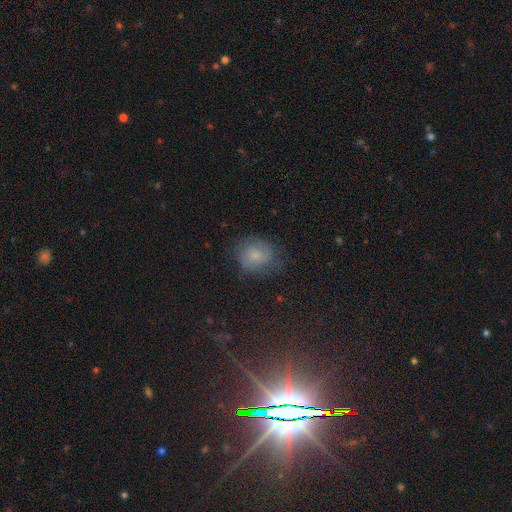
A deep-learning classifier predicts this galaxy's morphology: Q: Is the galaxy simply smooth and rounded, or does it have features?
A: smooth — 54%.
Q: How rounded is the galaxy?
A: round — 68%.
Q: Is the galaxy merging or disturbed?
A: none — 69%.